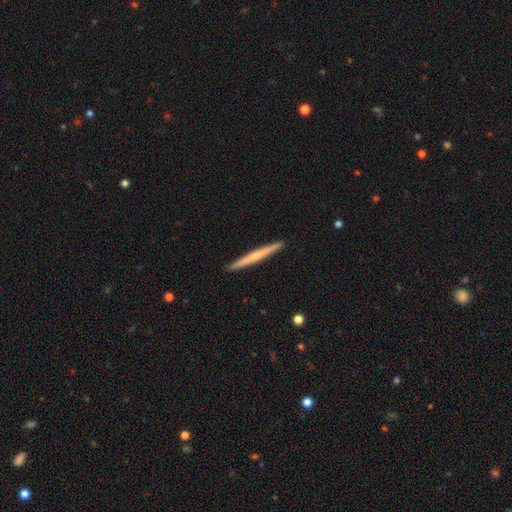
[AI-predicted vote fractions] Morphology: type=featured or disk (49%); merging=none (93%).